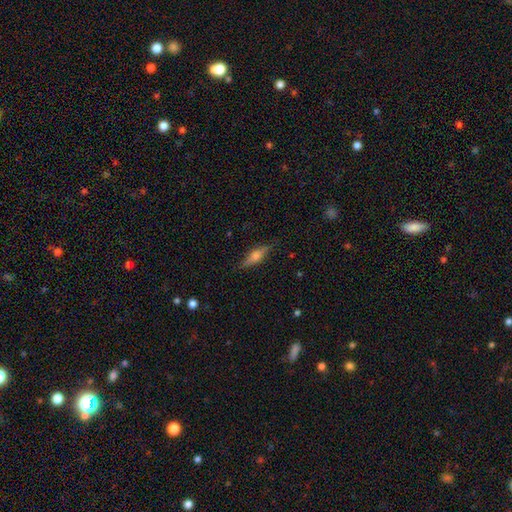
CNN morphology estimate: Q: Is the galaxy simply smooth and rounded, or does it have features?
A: featured or disk — 61%.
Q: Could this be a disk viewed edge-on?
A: yes — 95%.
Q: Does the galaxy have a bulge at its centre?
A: rounded — 87%.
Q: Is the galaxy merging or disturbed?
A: none — 85%.